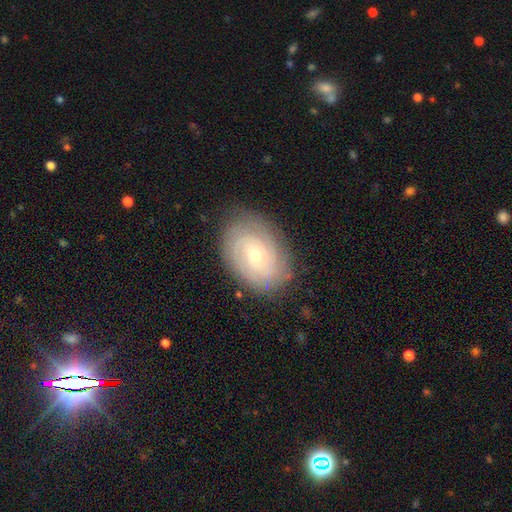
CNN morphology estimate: Smooth or featured? featured or disk (73%)
Edge-on disk? no (96%)
Bar? no (72%)
Spiral arms? yes (91%)
Spiral winding? tight (76%)
Spiral arm count? can't tell (44%)
Bulge size? small (62%)
Merging? none (81%)